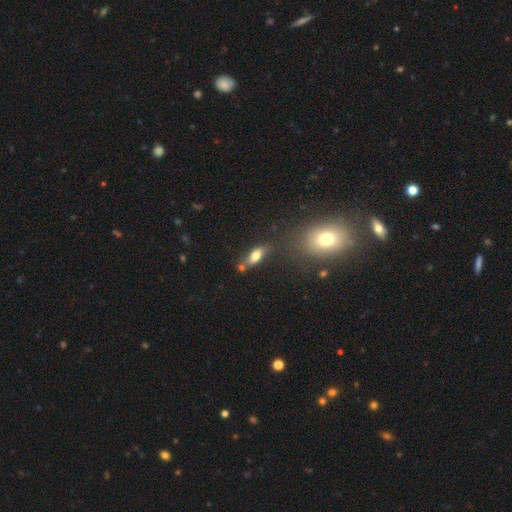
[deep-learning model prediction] Overall: smooth (70%). How rounded: in between (71%). Merging: none (57%; minor disturbance 19%).